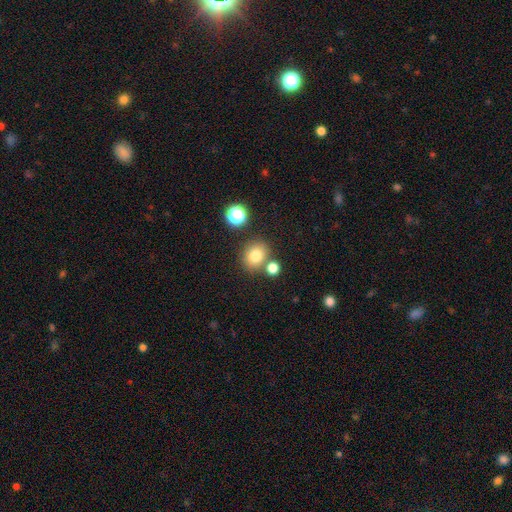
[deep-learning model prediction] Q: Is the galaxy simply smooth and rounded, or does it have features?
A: smooth — 78%.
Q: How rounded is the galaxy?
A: round — 77%.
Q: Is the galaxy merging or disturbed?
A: none — 73%.